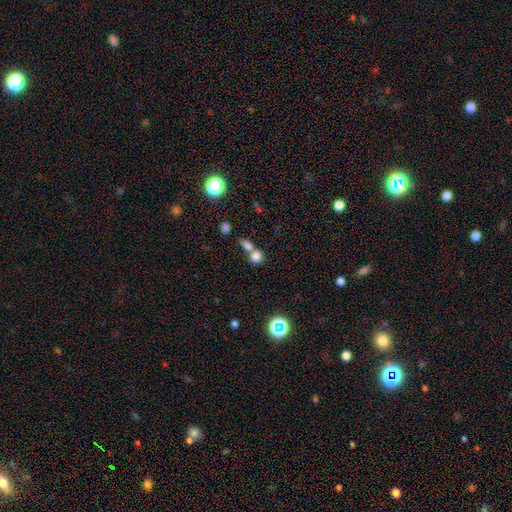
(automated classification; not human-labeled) This is likely a smooth galaxy (78%). How rounded: likely round (72%). Merging: possibly merger (50%).